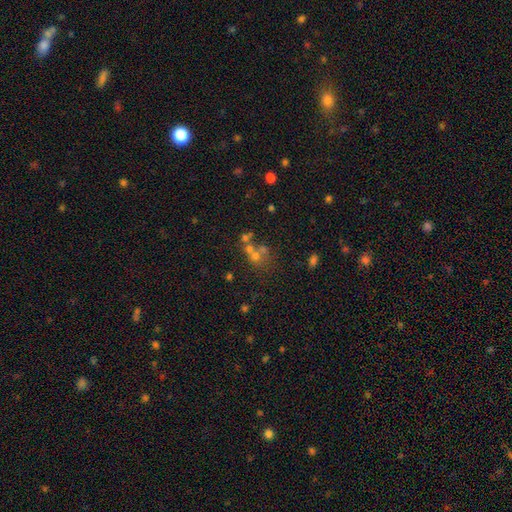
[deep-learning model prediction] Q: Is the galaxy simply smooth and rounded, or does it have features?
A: smooth — 44%.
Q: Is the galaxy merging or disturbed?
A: merger — 43%.